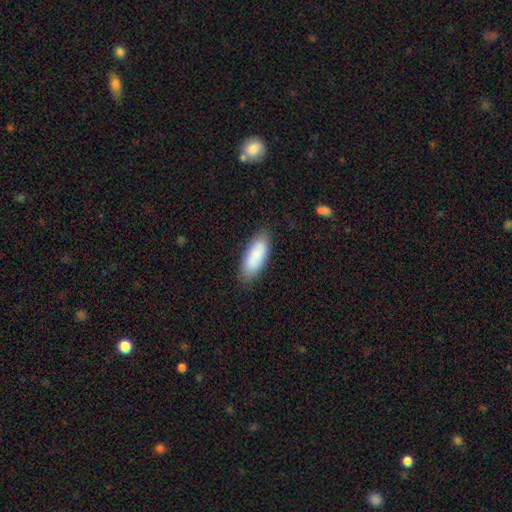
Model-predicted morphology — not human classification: type=smooth (82%); roundness=in between (76%); merging=none (82%).